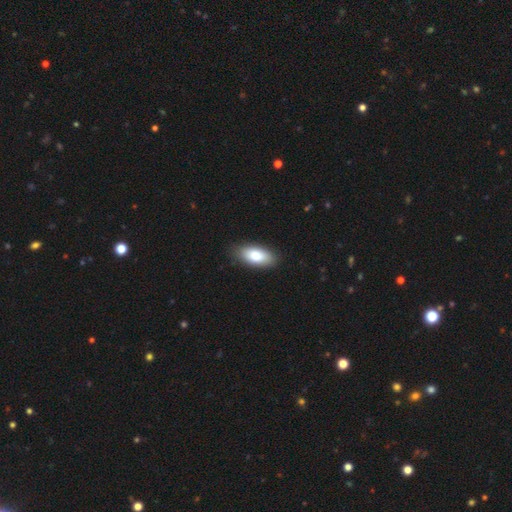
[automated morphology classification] A smooth galaxy with no disk features (80%) that is in between round and cigar-shaped (89%).

Vote fractions:
- Smooth or featured? smooth: 80% / featured or disk: 14% / star or artifact: 6%
- How rounded? in between: 89% / cigar-shaped: 8% / round: 3%
- Merging? none: 86% / minor disturbance: 11% / major disturbance: 2% / merger: 1%